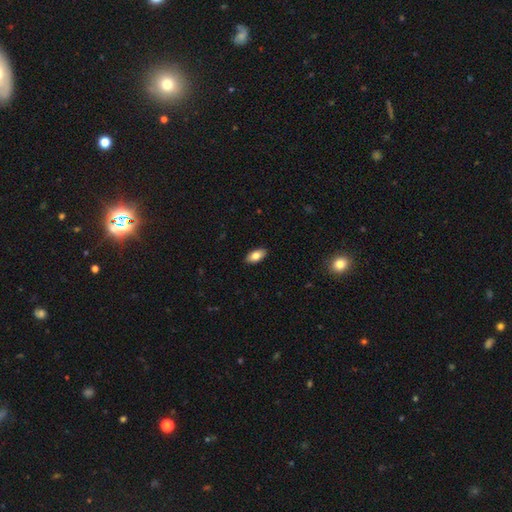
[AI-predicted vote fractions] Smooth or featured? Predicted: smooth (p=0.82). How rounded? Predicted: in between (p=0.91). Merging? Predicted: none (p=0.90).